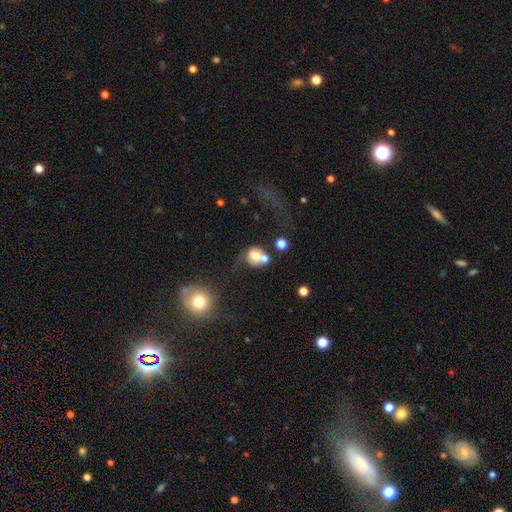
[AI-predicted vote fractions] Smooth or featured? smooth (67%)
How rounded? round (79%)
Merging? merger (44%)